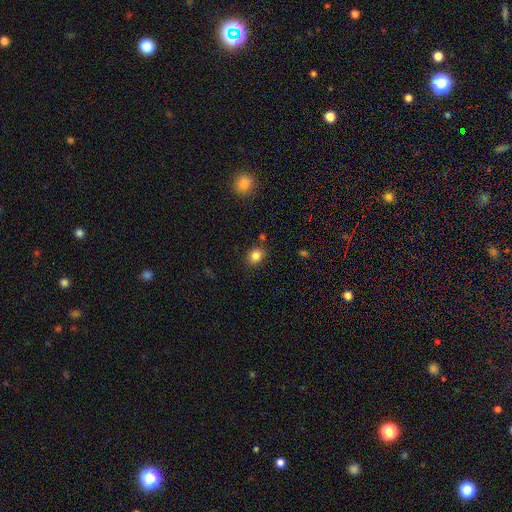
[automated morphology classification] A smooth galaxy with no disk features (83%) that is in between round and cigar-shaped (51%).

Vote fractions:
- Smooth or featured? smooth: 83% / star or artifact: 11% / featured or disk: 5%
- How rounded? in between: 51% / round: 48% / cigar-shaped: 1%
- Merging? none: 80% / minor disturbance: 13% / merger: 4% / major disturbance: 3%